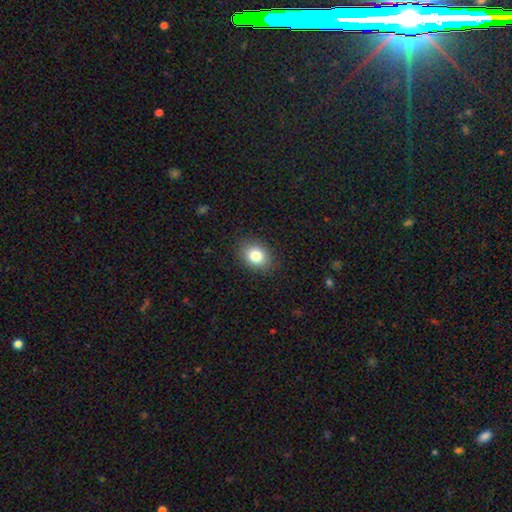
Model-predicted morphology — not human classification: smooth_or_featured: smooth (p=0.82) [alt: star or artifact p=0.10]
how_rounded: in between (p=0.60) [alt: round p=0.39]
merging: none (p=0.87) [alt: minor disturbance p=0.09]